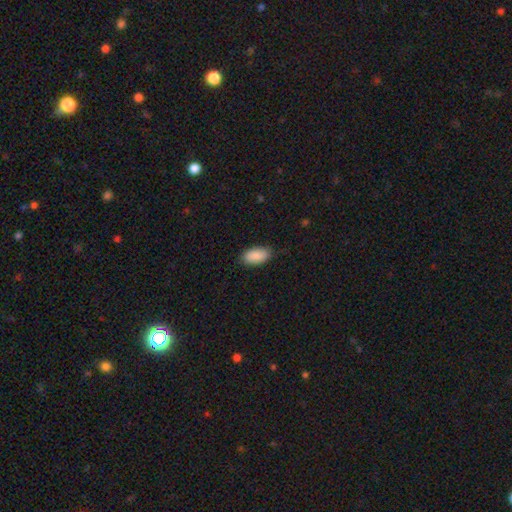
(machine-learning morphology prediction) A smooth galaxy with no disk features (89%) that is in between round and cigar-shaped (94%).

Vote fractions:
- Smooth or featured? smooth: 89% / star or artifact: 6% / featured or disk: 5%
- How rounded? in between: 94% / cigar-shaped: 3% / round: 3%
- Merging? none: 83% / minor disturbance: 13% / major disturbance: 3% / merger: 1%